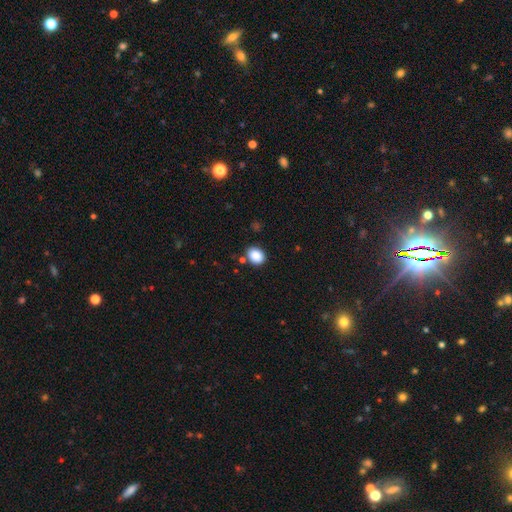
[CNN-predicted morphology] Q: Smooth or featured?
A: smooth (88%); runner-up: star or artifact (9%)
Q: How rounded?
A: round (51%); runner-up: in between (48%)
Q: Merging?
A: none (83%); runner-up: minor disturbance (10%)